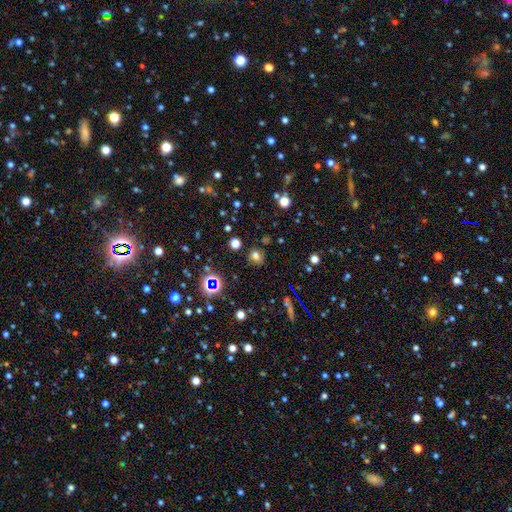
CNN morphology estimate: Smooth or featured?
  - smooth: 65% *
  - star or artifact: 28%
  - featured or disk: 7%
How rounded?
  - round: 78% *
  - in between: 20%
  - cigar-shaped: 1%
Merging?
  - none: 84% *
  - minor disturbance: 10%
  - major disturbance: 4%
  - merger: 3%